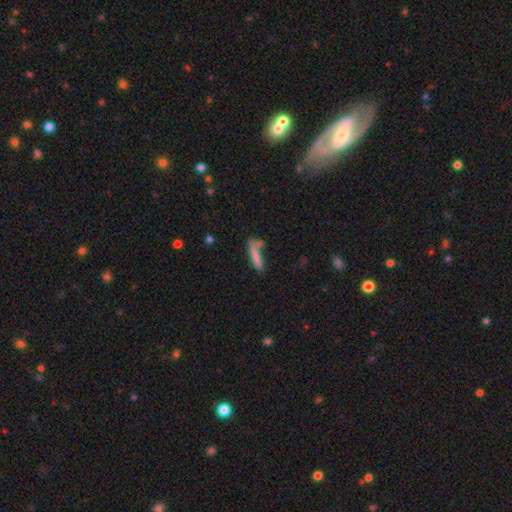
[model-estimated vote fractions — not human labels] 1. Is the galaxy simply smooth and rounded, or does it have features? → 76% smooth, 16% featured or disk, 8% star or artifact.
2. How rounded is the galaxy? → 82% cigar-shaped, 16% in between, 2% round.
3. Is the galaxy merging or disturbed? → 53% none, 21% merger, 18% minor disturbance, 8% major disturbance.